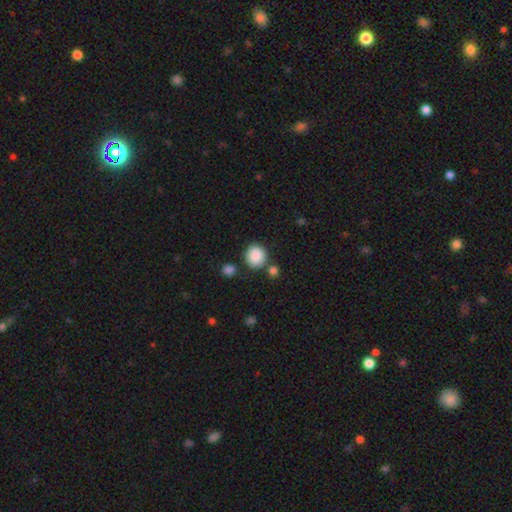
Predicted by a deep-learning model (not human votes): smooth 88%, star or artifact 8%, featured or disk 4%. Down the decision tree: how rounded — round (78%); merging — none (74%).